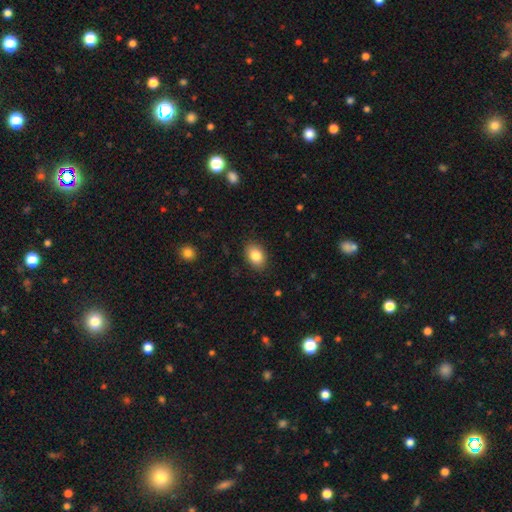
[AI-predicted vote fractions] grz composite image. It shows a smooth galaxy with no disk features (84%) that is in between round and cigar-shaped (81%). Merging: none (87%).